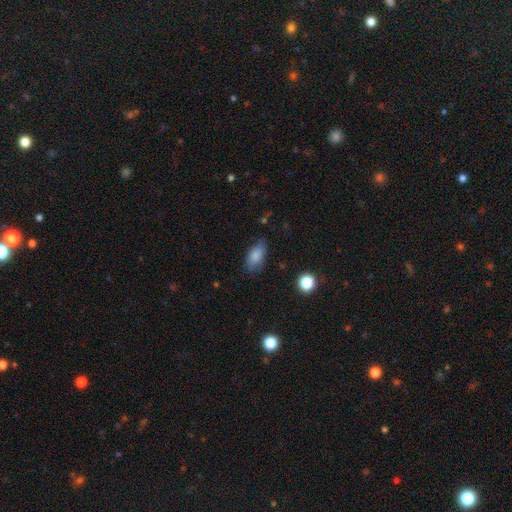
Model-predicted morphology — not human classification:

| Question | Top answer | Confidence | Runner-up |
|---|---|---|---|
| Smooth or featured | smooth | 83% | star or artifact (8%) |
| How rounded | in between | 90% | round (5%) |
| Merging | none | 70% | minor disturbance (23%) |